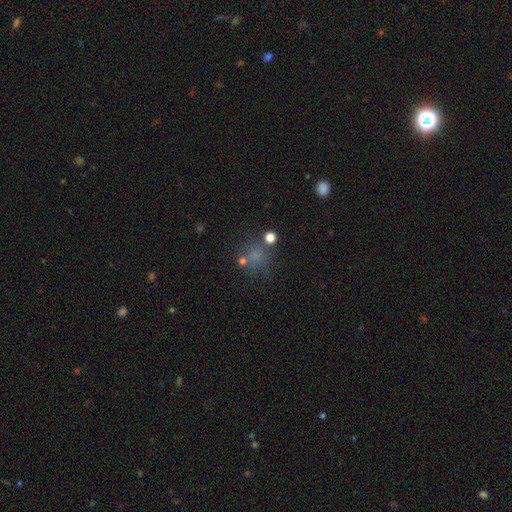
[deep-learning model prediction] smooth-or-featured: smooth: 58% | star or artifact: 28% | featured or disk: 14%
  how-rounded: round: 83% | in between: 16% | cigar-shaped: 1%
  merging: none: 63% | minor disturbance: 14% | merger: 12% | major disturbance: 10%